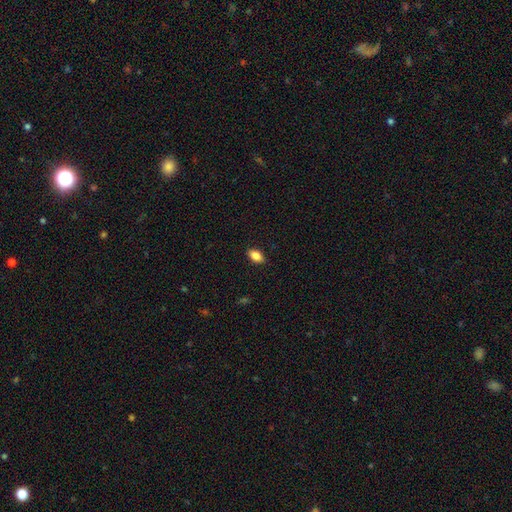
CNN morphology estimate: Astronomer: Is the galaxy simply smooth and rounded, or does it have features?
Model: smooth — 85%.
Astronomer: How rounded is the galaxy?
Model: in between — 90%.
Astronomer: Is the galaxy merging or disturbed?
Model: none — 89%.